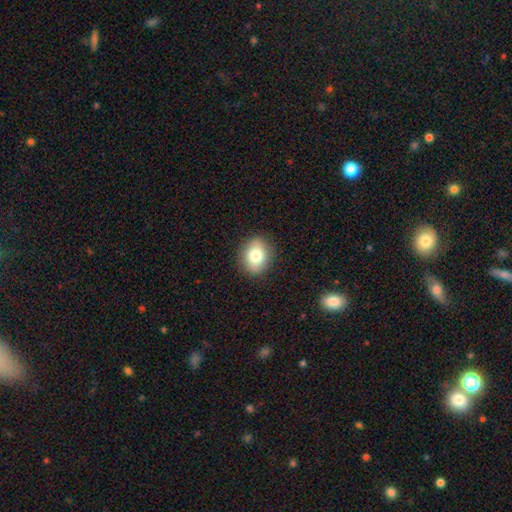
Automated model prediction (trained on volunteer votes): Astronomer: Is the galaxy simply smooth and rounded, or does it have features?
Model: smooth — 79%.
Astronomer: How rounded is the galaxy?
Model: in between — 52% (runner-up: round, 46%).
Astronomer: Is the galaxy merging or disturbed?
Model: none — 88%.